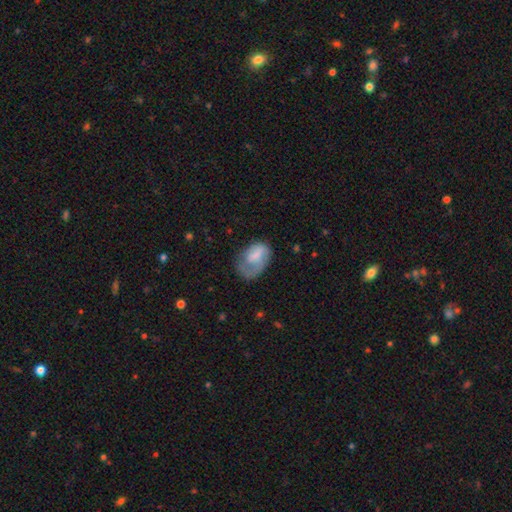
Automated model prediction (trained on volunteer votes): Smooth or featured? Predicted: smooth (p=0.64). How rounded? Predicted: in between (p=0.84). Merging? Predicted: major disturbance (p=0.34, tied with none).